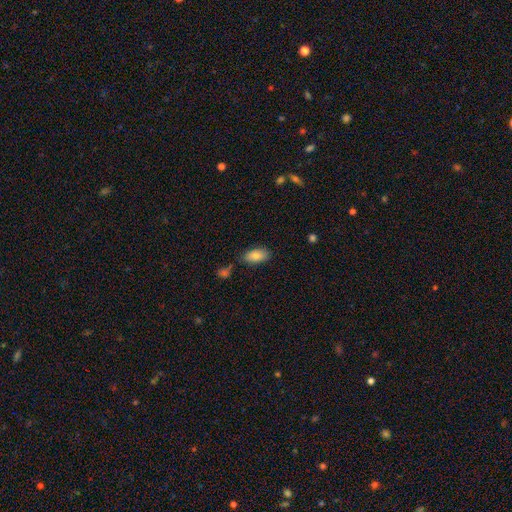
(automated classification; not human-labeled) This is clearly a smooth galaxy (83%). How rounded: clearly in between (93%). Merging: likely none (77%).